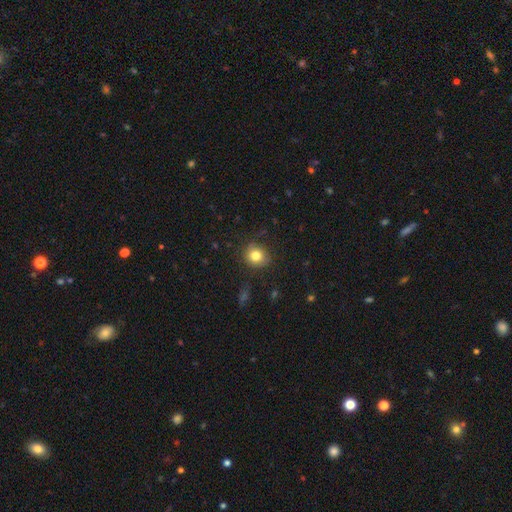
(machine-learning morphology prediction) This is clearly a smooth galaxy (80%). How rounded: clearly round (81%). Merging: clearly none (81%).